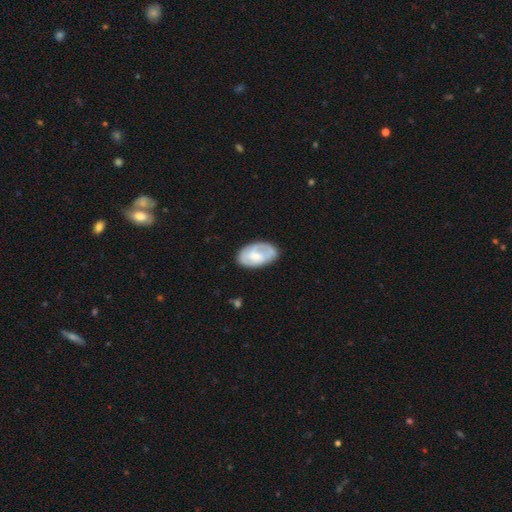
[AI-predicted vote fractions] A smooth galaxy with no disk features (49%).

Vote fractions:
- Smooth or featured? smooth: 49% / featured or disk: 45% / star or artifact: 6%
- Merging? none: 67% / minor disturbance: 24% / major disturbance: 7% / merger: 2%